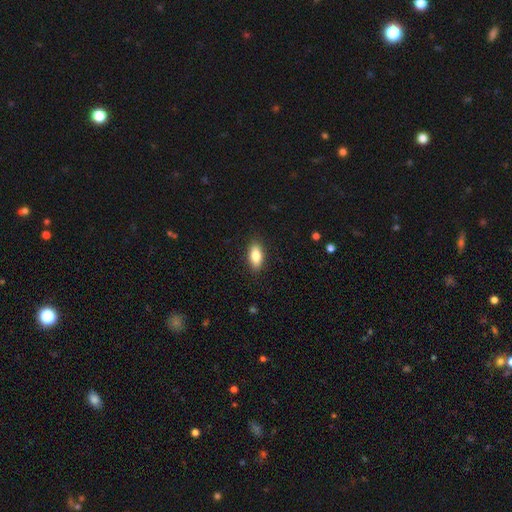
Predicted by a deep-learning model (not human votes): smooth-or-featured: smooth: 83% | featured or disk: 10% | star or artifact: 7%
  how-rounded: in between: 87% | cigar-shaped: 10% | round: 4%
  merging: none: 88% | minor disturbance: 9% | major disturbance: 2% | merger: 1%